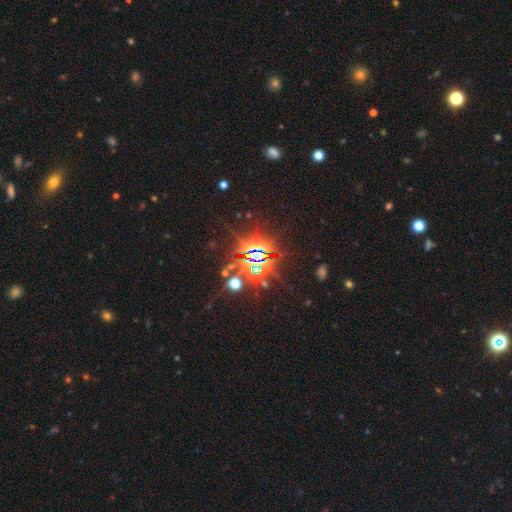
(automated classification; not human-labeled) Morphology: type=star or artifact (82%).